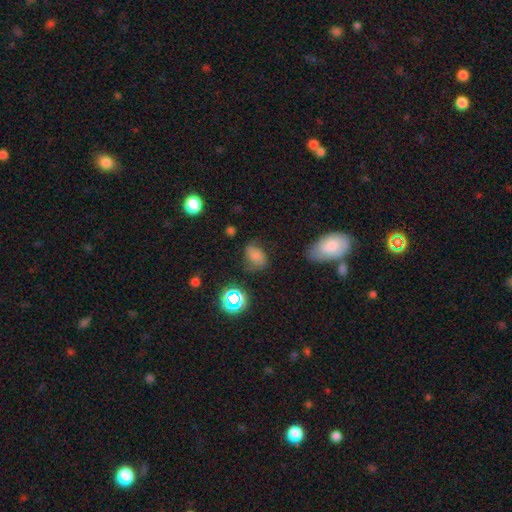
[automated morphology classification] Smooth or featured? Predicted: smooth (p=0.63). How rounded? Predicted: in between (p=0.73). Merging? Predicted: none (p=0.51).